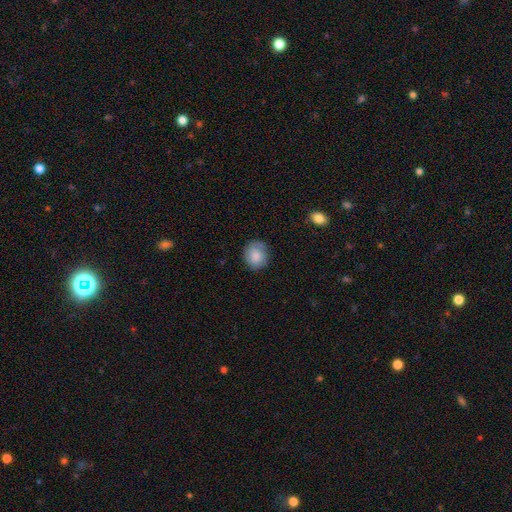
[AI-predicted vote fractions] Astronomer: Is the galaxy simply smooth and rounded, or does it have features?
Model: smooth — 81%.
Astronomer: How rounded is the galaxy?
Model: round — 76%.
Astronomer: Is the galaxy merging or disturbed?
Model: none — 76%.